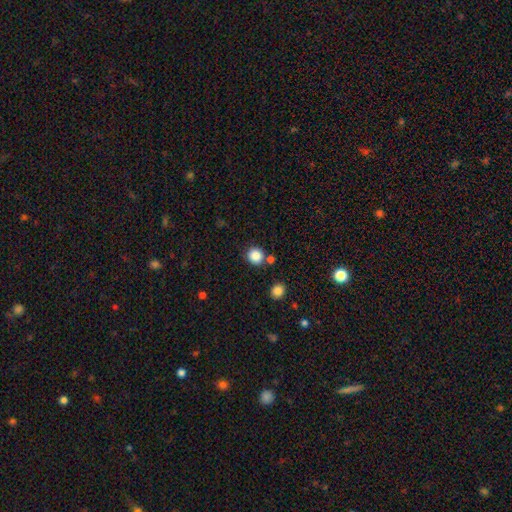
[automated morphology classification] Overall: smooth (86%). How rounded: round (89%). Merging: none (79%).